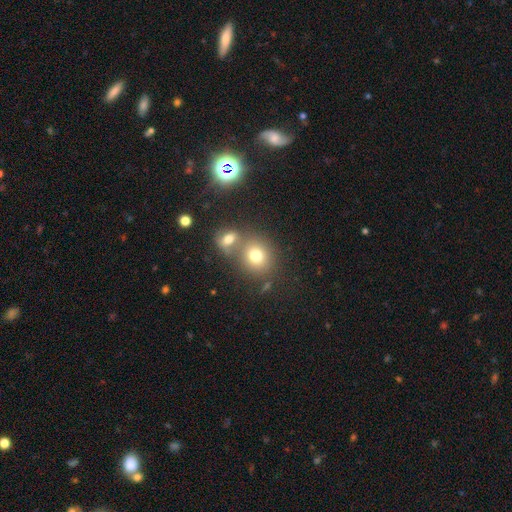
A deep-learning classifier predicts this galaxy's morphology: smooth-or-featured: smooth: 75% | star or artifact: 14% | featured or disk: 11%
  how-rounded: round: 74% | in between: 25% | cigar-shaped: 1%
  merging: none: 53% | merger: 35% | minor disturbance: 9% | major disturbance: 4%